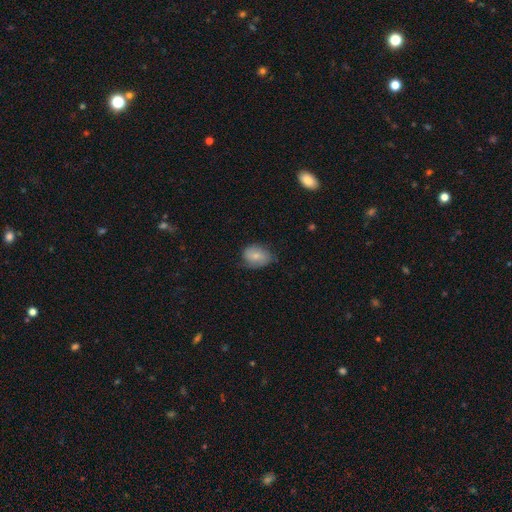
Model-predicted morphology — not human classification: Smooth or featured? Predicted: smooth (p=0.64). How rounded? Predicted: in between (p=0.66). Merging? Predicted: none (p=0.62).